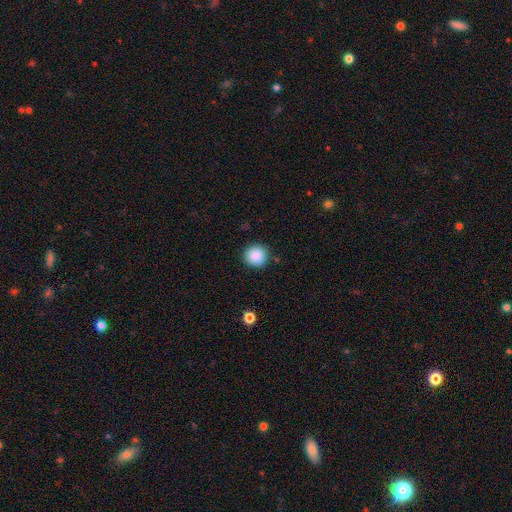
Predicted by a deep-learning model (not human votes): Smooth or featured: smooth — 88% (star or artifact — 9%)
How rounded: round — 93% (in between — 6%)
Merging: none — 88% (minor disturbance — 8%)